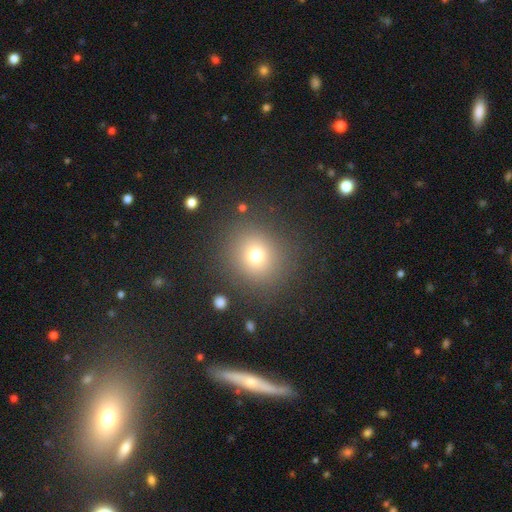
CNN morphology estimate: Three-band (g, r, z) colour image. It shows a smooth galaxy with no disk features (71%) that is round (87%). Merging: none (85%).